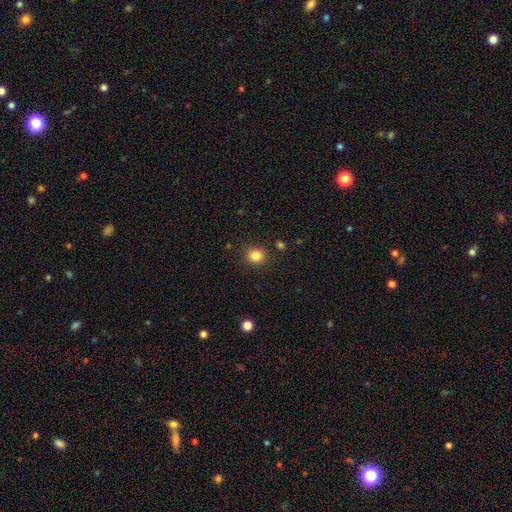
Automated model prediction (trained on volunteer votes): Smooth or featured?
  - smooth: 84% *
  - star or artifact: 11%
  - featured or disk: 5%
How rounded?
  - round: 72% *
  - in between: 28%
  - cigar-shaped: 1%
Merging?
  - none: 87% *
  - minor disturbance: 8%
  - major disturbance: 3%
  - merger: 2%